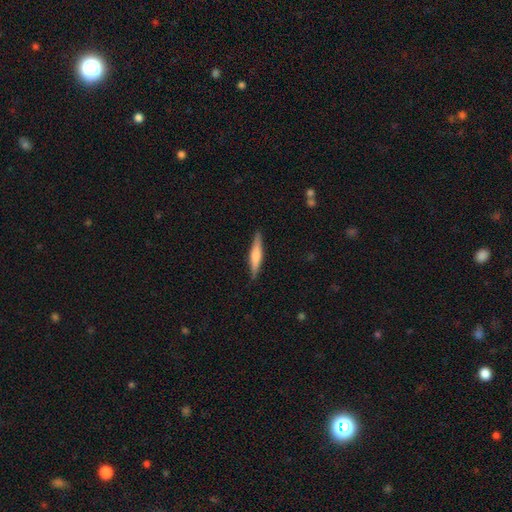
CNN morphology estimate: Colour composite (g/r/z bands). It shows a smooth galaxy with no disk features (50%) that is cigar-shaped (88%). Merging: none (88%).